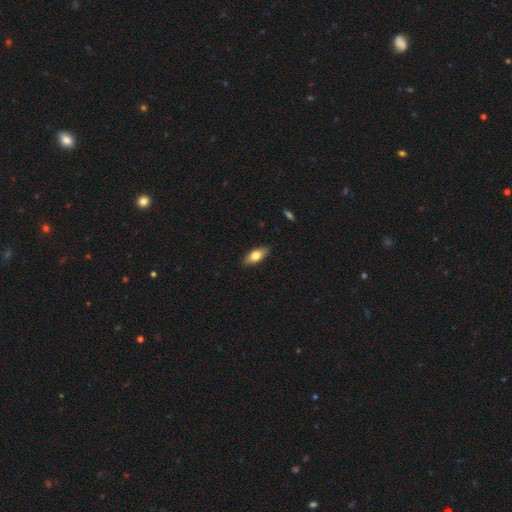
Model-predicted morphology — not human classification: smooth_or_featured: smooth (p=0.72) [alt: featured or disk p=0.22]
how_rounded: in between (p=0.84) [alt: cigar-shaped p=0.13]
merging: none (p=0.88) [alt: minor disturbance p=0.09]